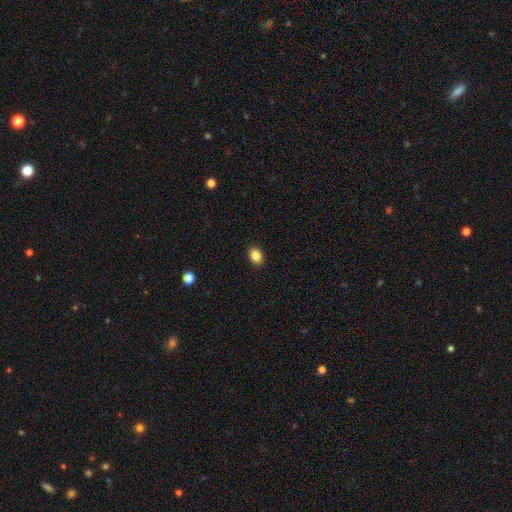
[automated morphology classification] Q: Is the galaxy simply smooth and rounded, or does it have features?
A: smooth — 86%.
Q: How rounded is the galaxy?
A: in between — 71%.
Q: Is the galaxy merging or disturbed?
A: none — 90%.